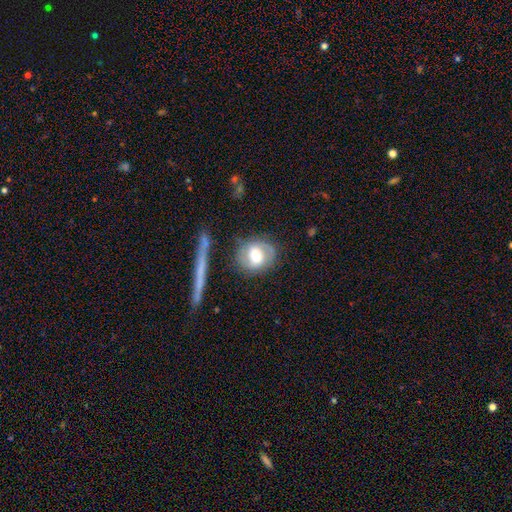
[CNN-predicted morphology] The model was most divided on "smooth or featured": featured or disk: 47%, smooth: 46%, star or artifact: 7%. More confident: merging — none (68%).